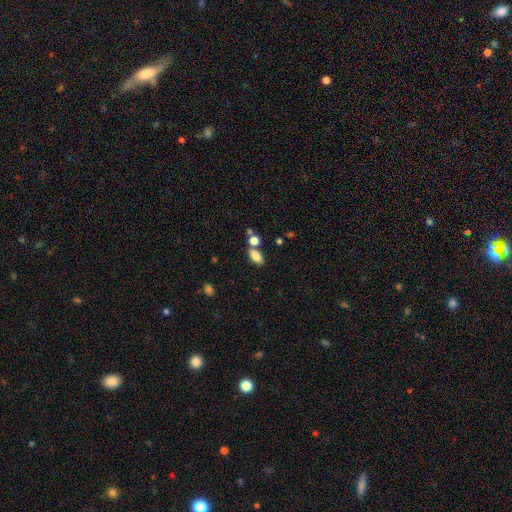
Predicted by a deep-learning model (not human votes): smooth 79%, featured or disk 11%, star or artifact 10%. Down the decision tree: how rounded — in between (86%); merging — none (63%).